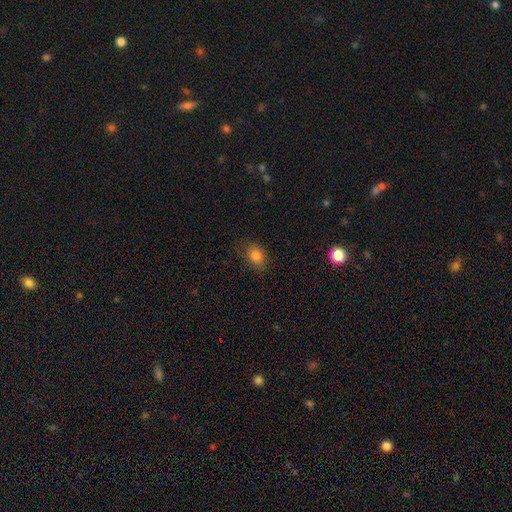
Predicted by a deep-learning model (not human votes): Smooth or featured?
  - smooth: 82% *
  - star or artifact: 11%
  - featured or disk: 7%
How rounded?
  - in between: 69% *
  - round: 30%
  - cigar-shaped: 1%
Merging?
  - none: 75% *
  - minor disturbance: 19%
  - major disturbance: 5%
  - merger: 1%